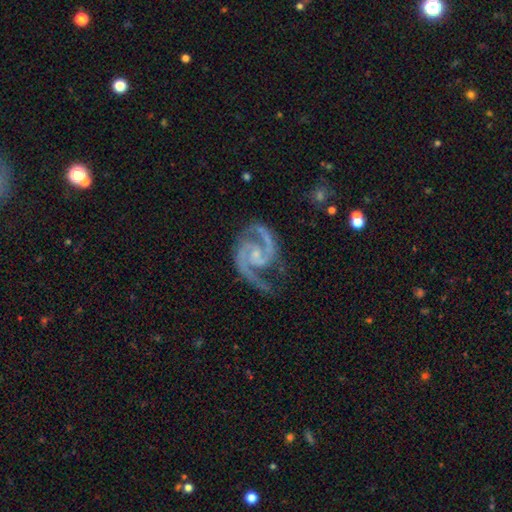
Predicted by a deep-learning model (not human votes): Morphology: type=featured or disk (94%); edge-on=no (99%); bar=no (56%); spiral arms=yes (99%); winding=medium (63%); arm count=2 (93%); bulge=small (65%); merging=none (71%).